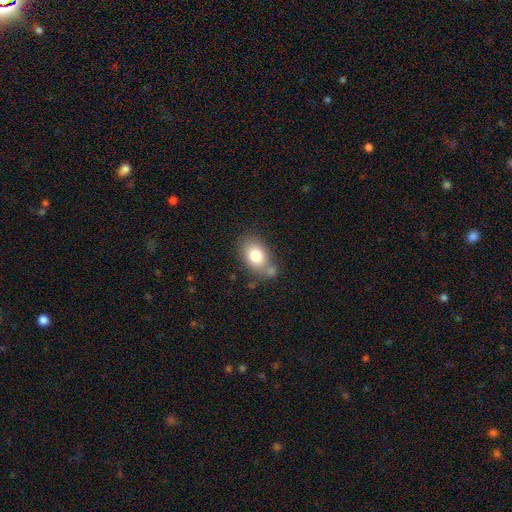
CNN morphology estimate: This is likely a smooth galaxy (79%). How rounded: likely in between (79%). Merging: possibly none (58%).